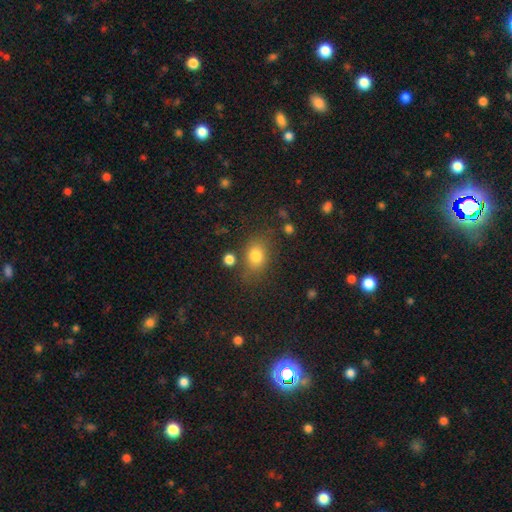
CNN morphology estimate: smooth 79%, star or artifact 12%, featured or disk 9%. Down the decision tree: how rounded — in between (61%); merging — none (70%).